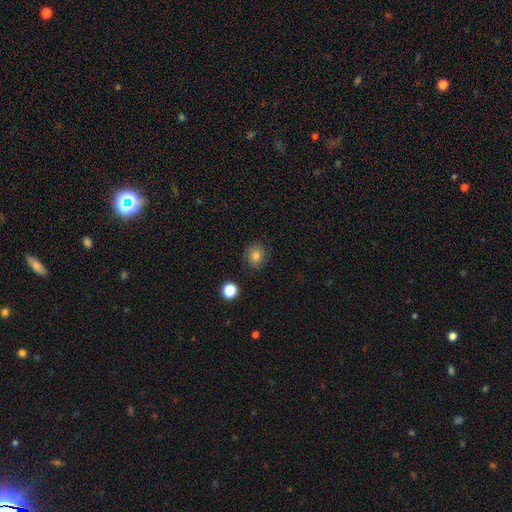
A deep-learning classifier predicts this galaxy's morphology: Overall: smooth (80%). How rounded: round (80%). Merging: none (85%).